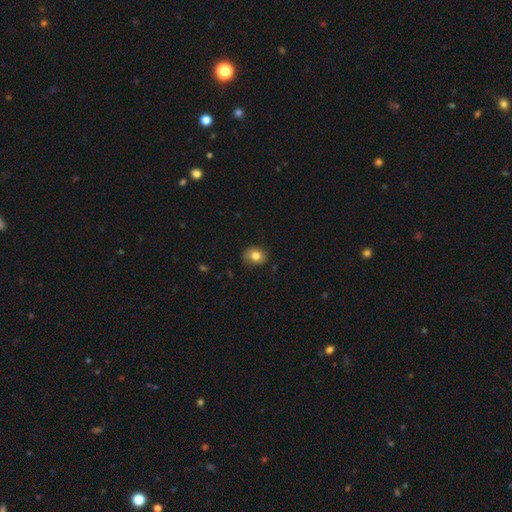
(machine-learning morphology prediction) Smooth or featured? smooth (79%)
How rounded? round (53%)
Merging? none (79%)